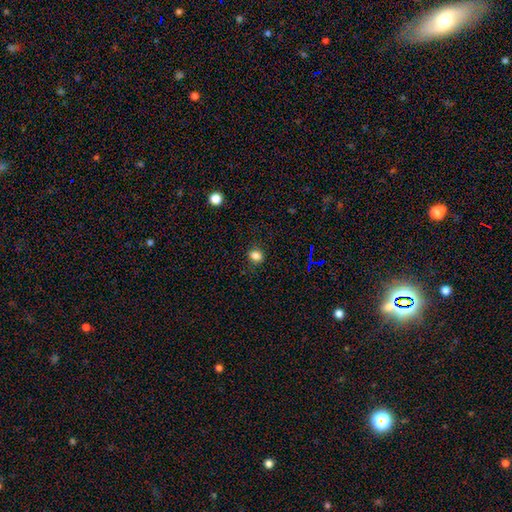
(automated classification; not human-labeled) Smooth or featured: smooth — 81% (star or artifact — 14%)
How rounded: in between — 54% (round — 44%)
Merging: none — 84% (minor disturbance — 12%)